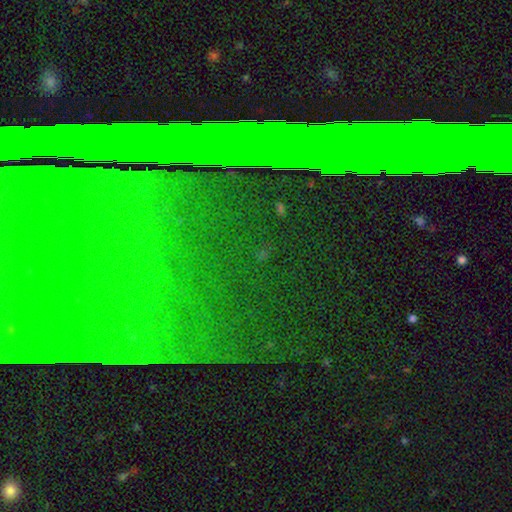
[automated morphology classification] A star or artifact, not a galaxy (78%).